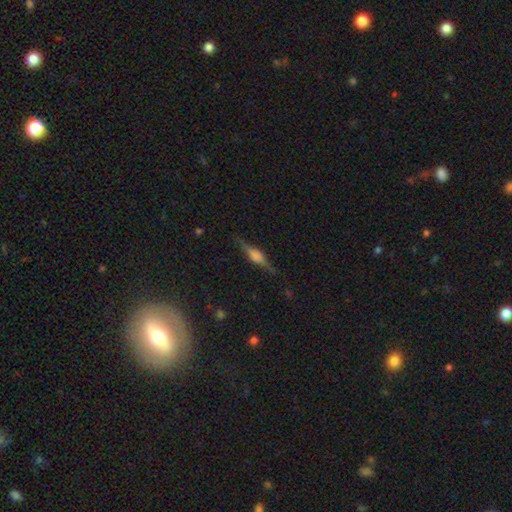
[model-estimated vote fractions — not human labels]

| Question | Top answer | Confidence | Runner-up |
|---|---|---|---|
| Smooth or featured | featured or disk | 75% | smooth (16%) |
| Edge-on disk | yes | 97% | no (3%) |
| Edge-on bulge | rounded | 73% | boxy (24%) |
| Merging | none | 85% | minor disturbance (11%) |